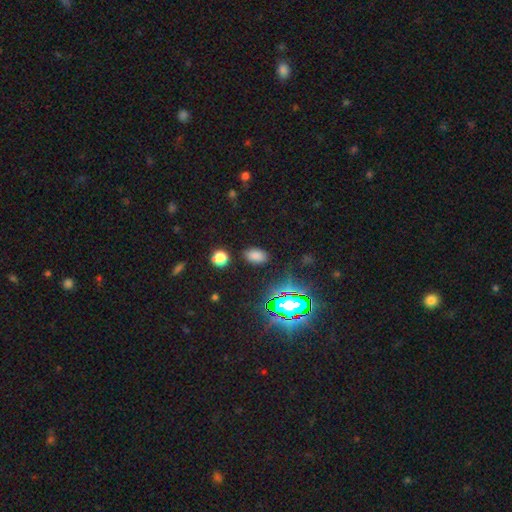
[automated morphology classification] A smooth galaxy with no disk features (74%) that is in between round and cigar-shaped (89%).

Vote fractions:
- Smooth or featured? smooth: 74% / star or artifact: 20% / featured or disk: 6%
- How rounded? in between: 89% / round: 9% / cigar-shaped: 2%
- Merging? none: 86% / minor disturbance: 9% / major disturbance: 3% / merger: 2%